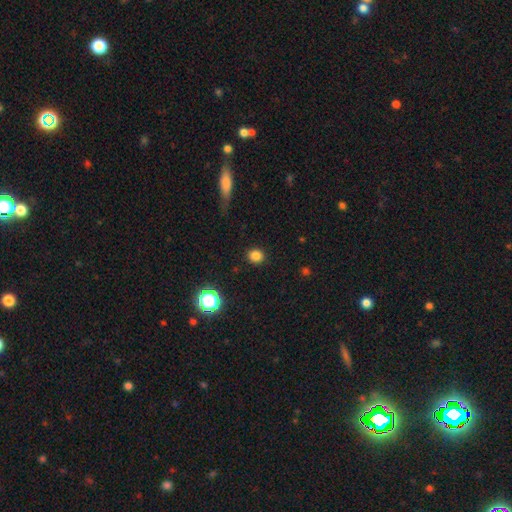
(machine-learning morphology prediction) Smooth or featured? smooth (83%)
How rounded? round (83%)
Merging? none (90%)